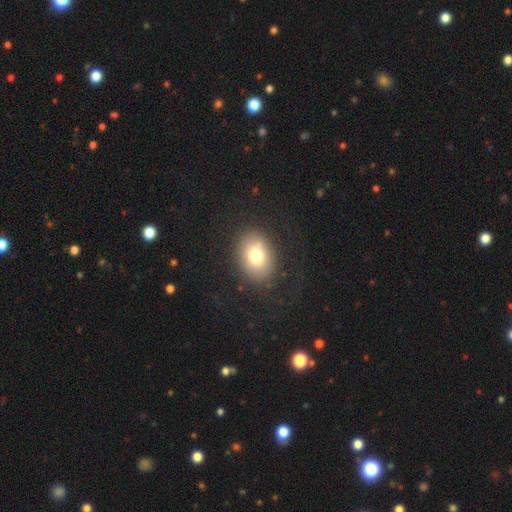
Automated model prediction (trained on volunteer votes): This is likely a smooth galaxy (75%). How rounded: likely in between (68%). Merging: clearly none (80%).